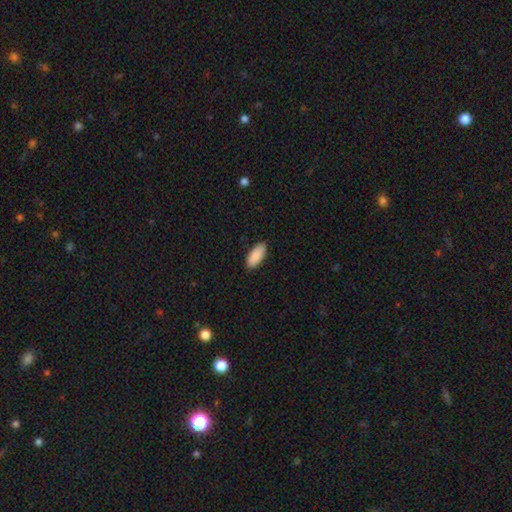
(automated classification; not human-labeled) A smooth galaxy with no disk features (91%) that is in between round and cigar-shaped (88%). Merging: none (88%).